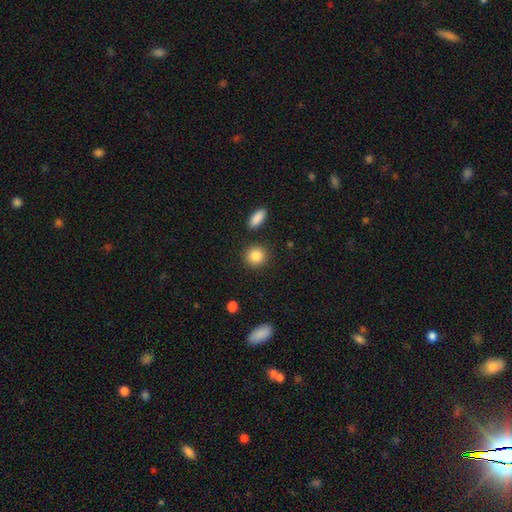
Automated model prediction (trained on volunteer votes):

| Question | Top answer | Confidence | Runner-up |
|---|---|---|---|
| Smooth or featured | smooth | 87% | star or artifact (8%) |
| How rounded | round | 87% | in between (12%) |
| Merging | none | 88% | minor disturbance (6%) |